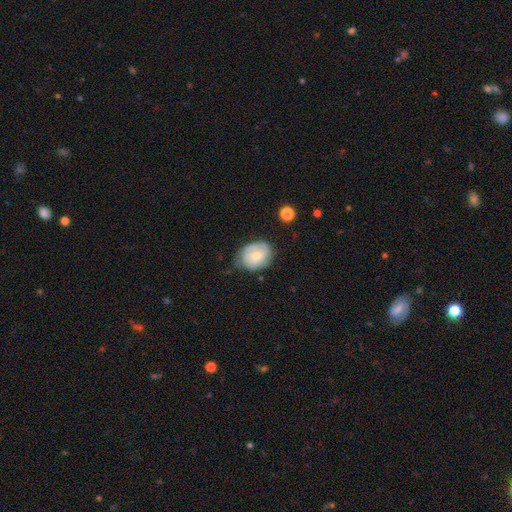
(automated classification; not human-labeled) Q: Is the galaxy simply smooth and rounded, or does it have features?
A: smooth — 49%.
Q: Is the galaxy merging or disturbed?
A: none — 53%.